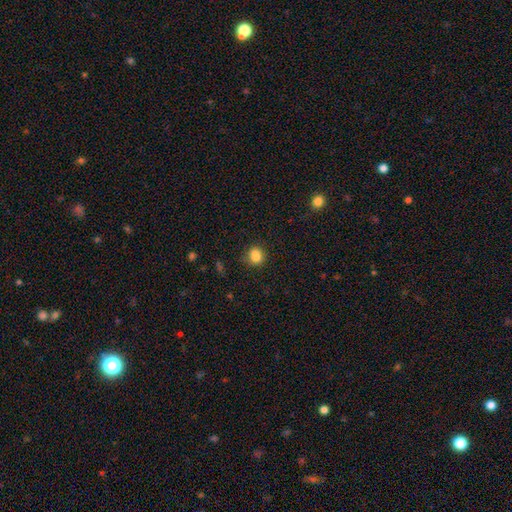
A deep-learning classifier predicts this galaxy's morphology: This is clearly a smooth galaxy (84%). How rounded: likely round (64%). Merging: likely none (75%).